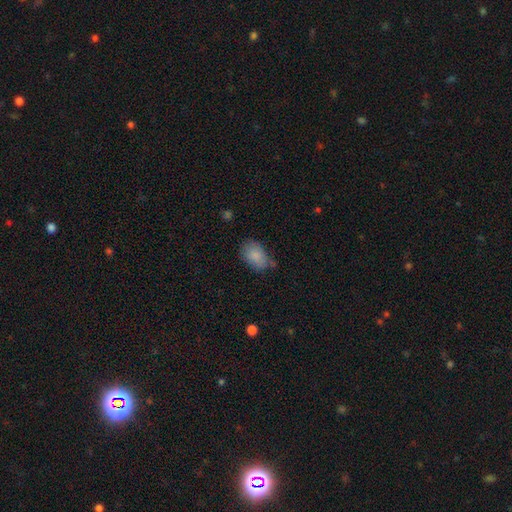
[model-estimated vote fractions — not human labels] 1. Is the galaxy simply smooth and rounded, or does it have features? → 85% smooth, 8% featured or disk, 7% star or artifact.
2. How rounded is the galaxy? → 87% in between, 11% round, 1% cigar-shaped.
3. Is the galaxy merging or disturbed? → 56% none, 31% minor disturbance, 8% major disturbance, 5% merger.